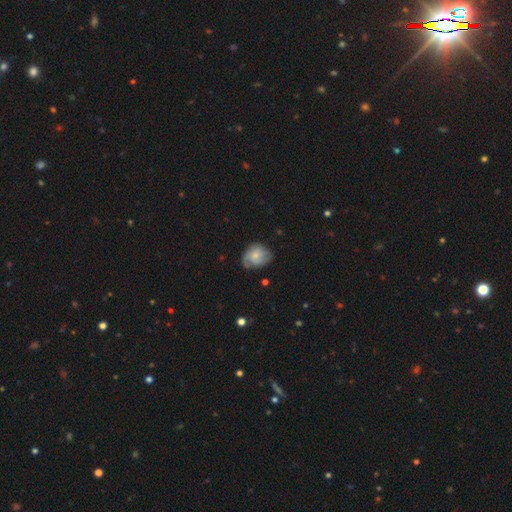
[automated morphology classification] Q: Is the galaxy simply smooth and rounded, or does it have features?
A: featured or disk — 47%.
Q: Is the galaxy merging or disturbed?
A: none — 55%.